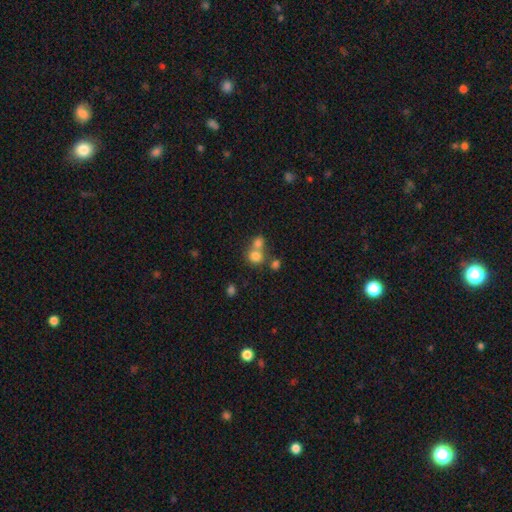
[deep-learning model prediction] smooth_or_featured: smooth (p=0.76) [alt: star or artifact p=0.14]
how_rounded: round (p=0.81) [alt: in between p=0.18]
merging: merger (p=0.49) [alt: none p=0.41]